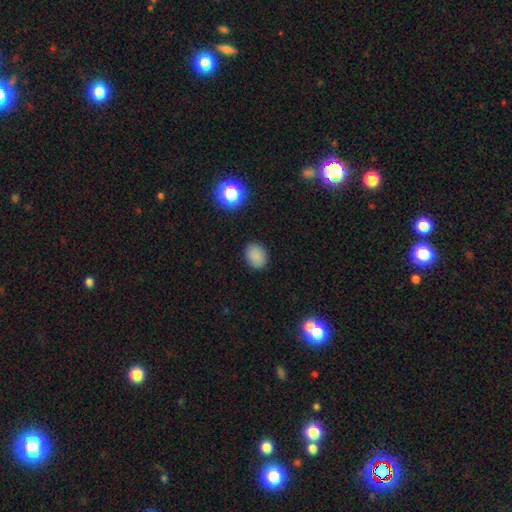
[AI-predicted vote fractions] The model was most divided on "how rounded": in between: 58%, round: 41%, cigar-shaped: 1%. More confident: merging — none (86%); smooth or featured — smooth (84%).